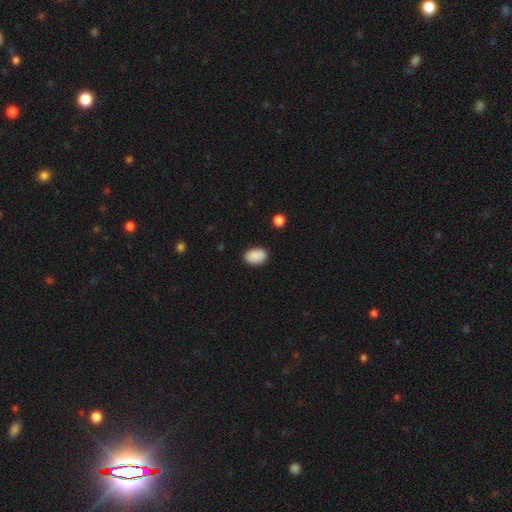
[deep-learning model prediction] This appears to be a smooth galaxy with no disk features (88%) that is in between round and cigar-shaped (86%). Merging: none (82%).